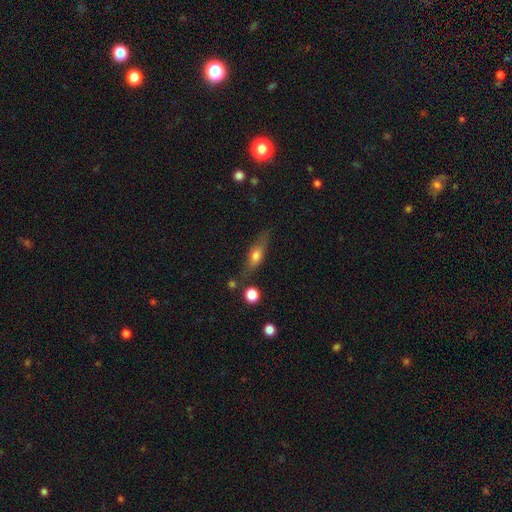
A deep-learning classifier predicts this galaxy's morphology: smooth-or-featured: smooth: 53% | featured or disk: 39% | star or artifact: 8%
  how-rounded: cigar-shaped: 53% | in between: 41% | round: 6%
  merging: none: 70% | minor disturbance: 18% | major disturbance: 6% | merger: 6%